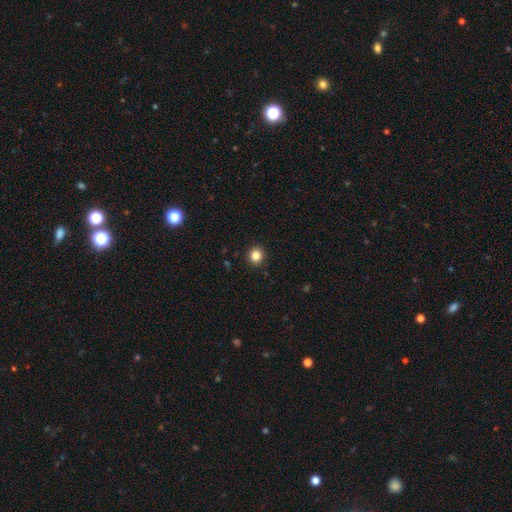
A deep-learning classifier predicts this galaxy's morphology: Overall: smooth (84%). How rounded: round (92%). Merging: none (93%).